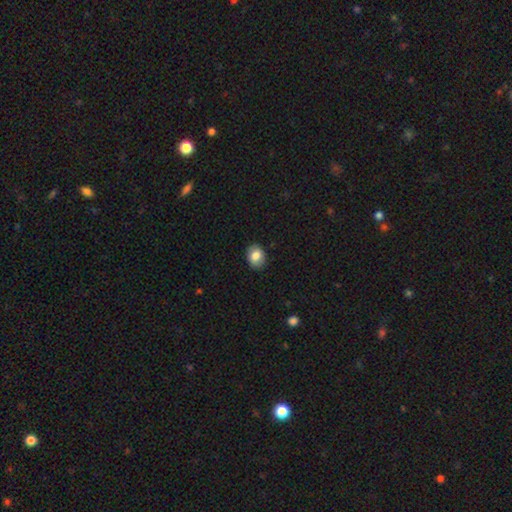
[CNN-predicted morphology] type=smooth (83%); roundness=in between (58%); merging=none (88%).